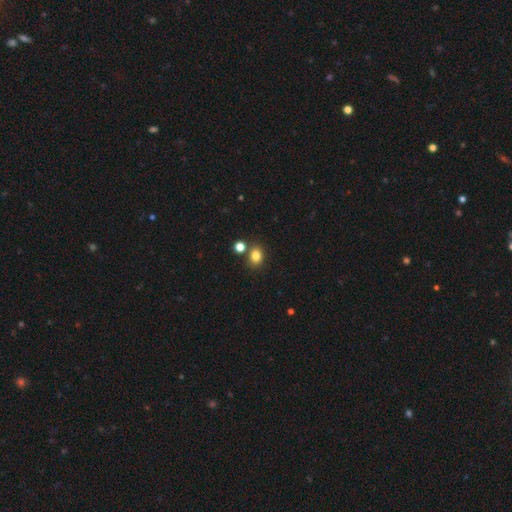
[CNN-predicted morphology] Smooth or featured? smooth (82%)
How rounded? round (51%)
Merging? none (74%)